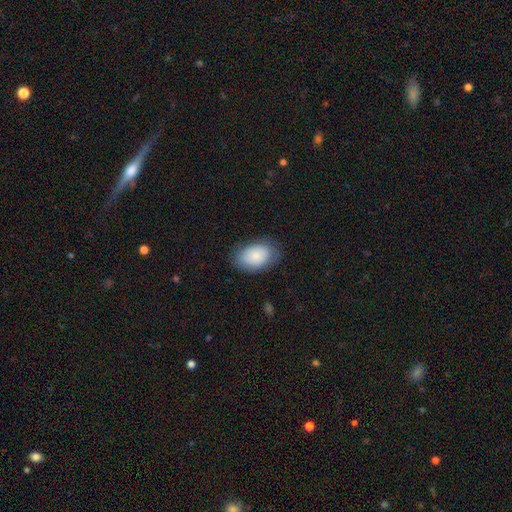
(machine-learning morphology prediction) Smooth or featured?
  - smooth: 82% *
  - featured or disk: 11%
  - star or artifact: 7%
How rounded?
  - in between: 89% *
  - round: 10%
  - cigar-shaped: 1%
Merging?
  - none: 79% *
  - minor disturbance: 16%
  - major disturbance: 5%
  - merger: 1%